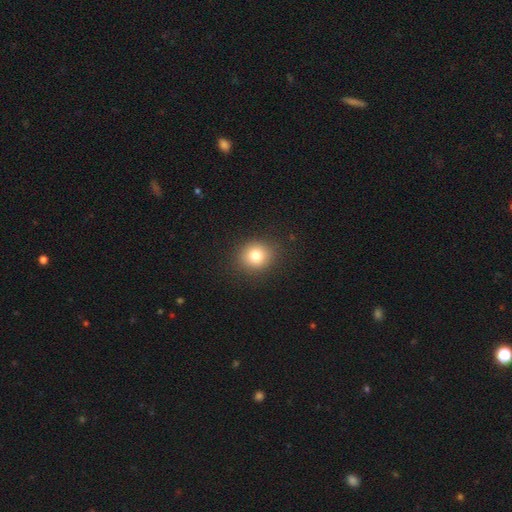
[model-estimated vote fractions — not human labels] Smooth or featured? smooth (79%)
How rounded? round (83%)
Merging? none (90%)